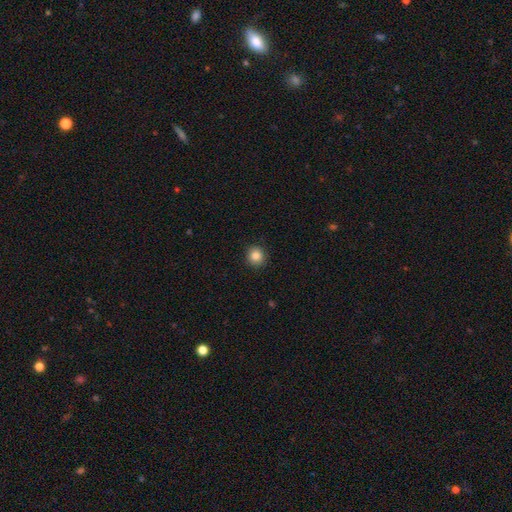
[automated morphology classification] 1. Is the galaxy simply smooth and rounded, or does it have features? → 85% smooth, 11% star or artifact, 4% featured or disk.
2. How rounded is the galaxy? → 90% round, 9% in between, 1% cigar-shaped.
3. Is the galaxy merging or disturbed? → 91% none, 6% minor disturbance, 2% major disturbance, 1% merger.